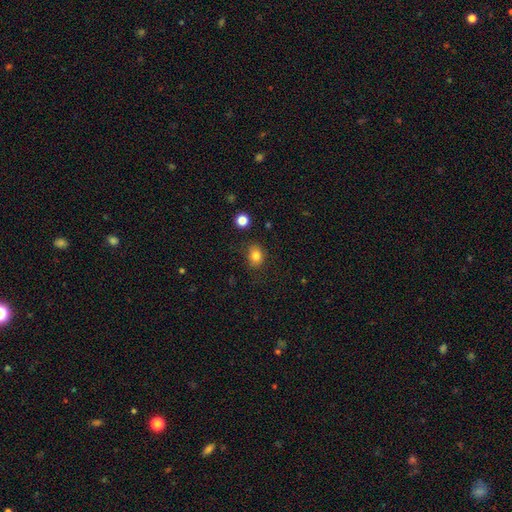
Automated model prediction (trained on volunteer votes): Overall: smooth (82%). How rounded: round (52%; in between 47%). Merging: none (80%).